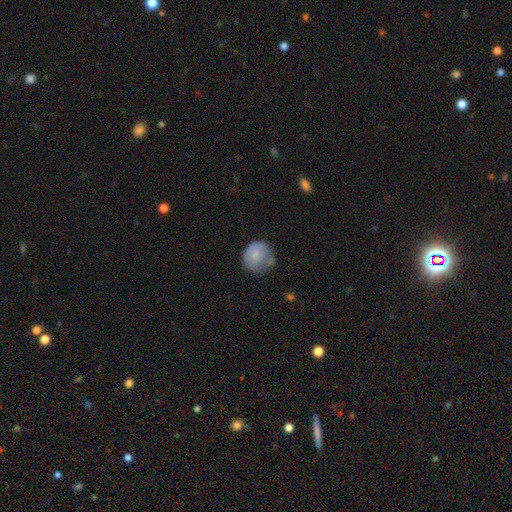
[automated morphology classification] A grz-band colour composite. It shows a smooth galaxy with no disk features (72%) that is round (83%). Merging: none (52%).